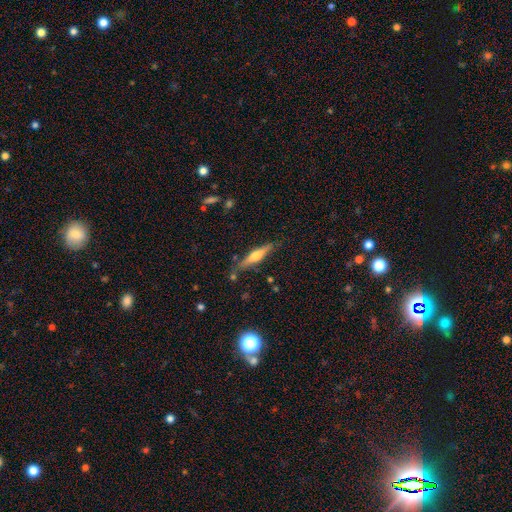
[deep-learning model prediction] smooth_or_featured: featured or disk (p=0.58) [alt: smooth p=0.36]
disk_edge_on: yes (p=0.95) [alt: no p=0.05]
edge_on_bulge: rounded (p=0.87) [alt: boxy p=0.07]
merging: none (p=0.80) [alt: minor disturbance p=0.13]